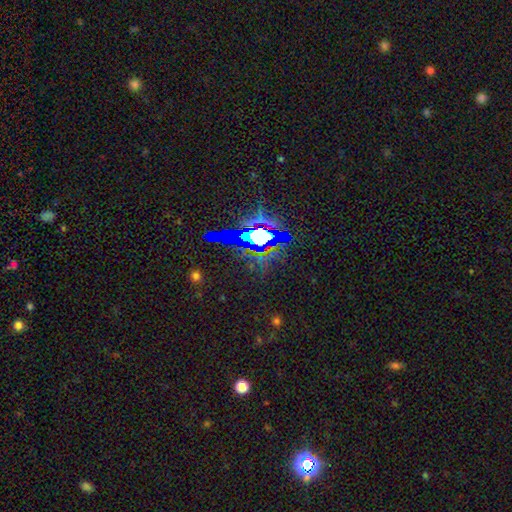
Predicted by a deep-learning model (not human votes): smooth-or-featured: star or artifact: 81% | featured or disk: 10% | smooth: 9%